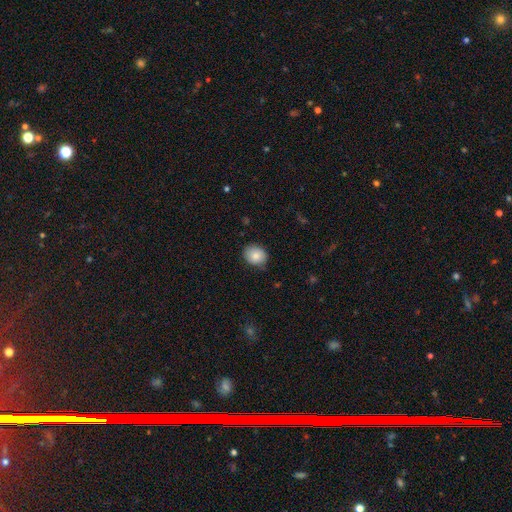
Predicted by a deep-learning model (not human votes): Overall: smooth (85%). How rounded: round (58%; in between 41%). Merging: none (81%).